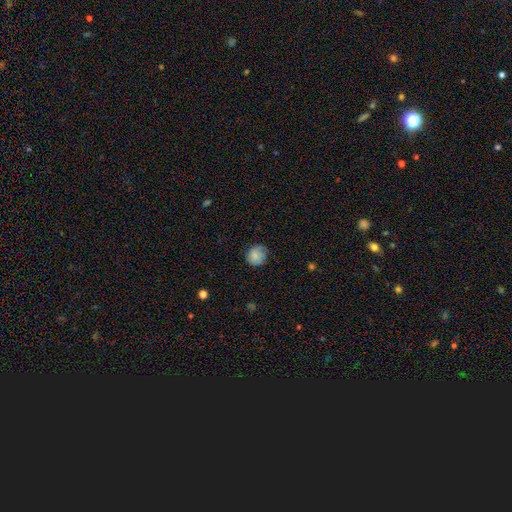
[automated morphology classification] Smooth or featured?
  - smooth: 78% *
  - featured or disk: 14%
  - star or artifact: 8%
How rounded?
  - round: 82% *
  - in between: 17%
  - cigar-shaped: 1%
Merging?
  - none: 66% *
  - minor disturbance: 26%
  - major disturbance: 7%
  - merger: 1%